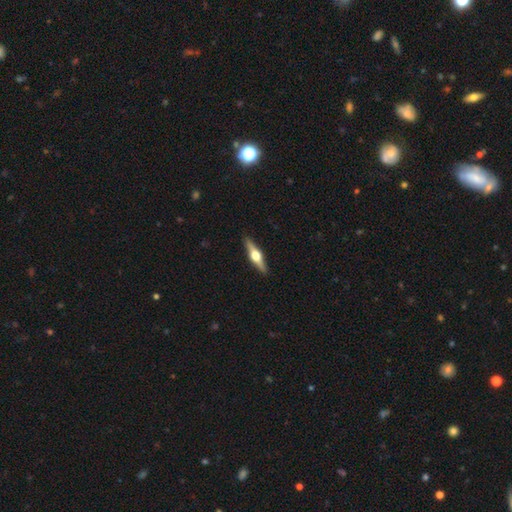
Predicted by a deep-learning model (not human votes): The model was most divided on "smooth or featured": featured or disk: 72%, smooth: 23%, star or artifact: 5%. More confident: edge-on disk — yes (97%); edge-on bulge — rounded (96%); merging — none (91%).